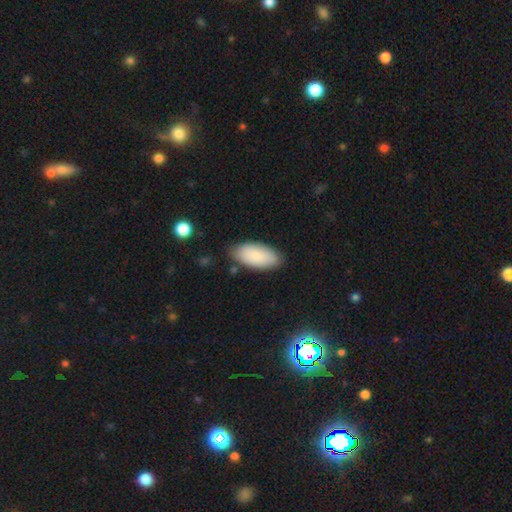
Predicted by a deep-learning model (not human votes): The model was most divided on "merging": none: 81%, minor disturbance: 14%, major disturbance: 3%, merger: 2%. More confident: how rounded — in between (92%); smooth or featured — smooth (86%).